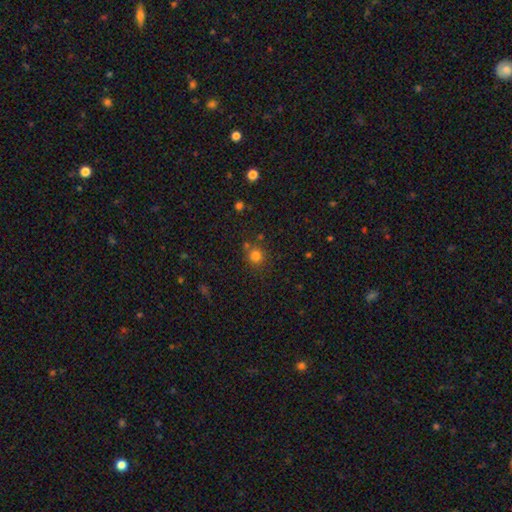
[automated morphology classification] smooth-or-featured: smooth: 78% | star or artifact: 16% | featured or disk: 6%
  how-rounded: round: 87% | in between: 12% | cigar-shaped: 1%
  merging: none: 71% | minor disturbance: 13% | merger: 12% | major disturbance: 5%